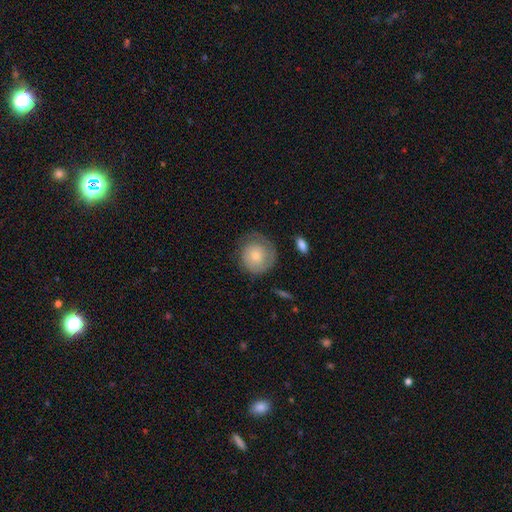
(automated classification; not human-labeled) Smooth or featured? smooth (60%)
How rounded? round (90%)
Merging? none (64%)